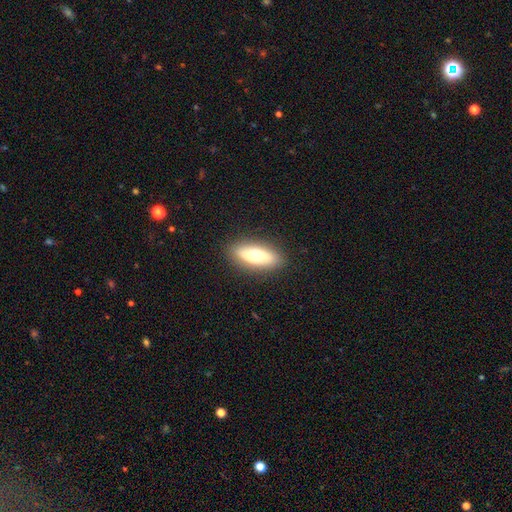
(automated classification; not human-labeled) The model was most divided on "how rounded": in between: 66%, cigar-shaped: 32%, round: 3%. More confident: merging — none (88%); smooth or featured — smooth (66%).